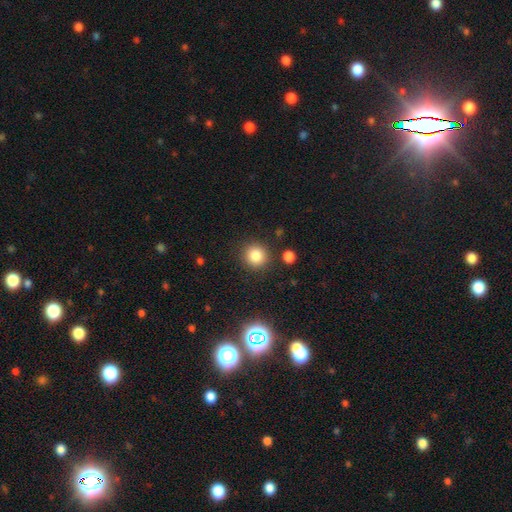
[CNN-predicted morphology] Smooth or featured?
  - smooth: 83% *
  - star or artifact: 12%
  - featured or disk: 5%
How rounded?
  - round: 90% *
  - in between: 9%
  - cigar-shaped: 1%
Merging?
  - none: 86% *
  - minor disturbance: 8%
  - merger: 3%
  - major disturbance: 3%